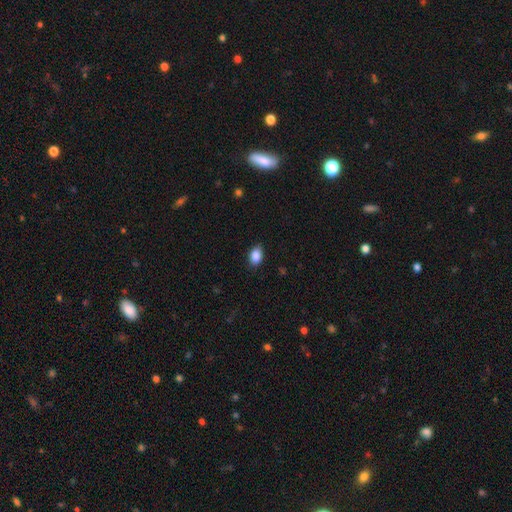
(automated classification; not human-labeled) Morphology: type=smooth (89%); roundness=in between (87%); merging=none (85%).